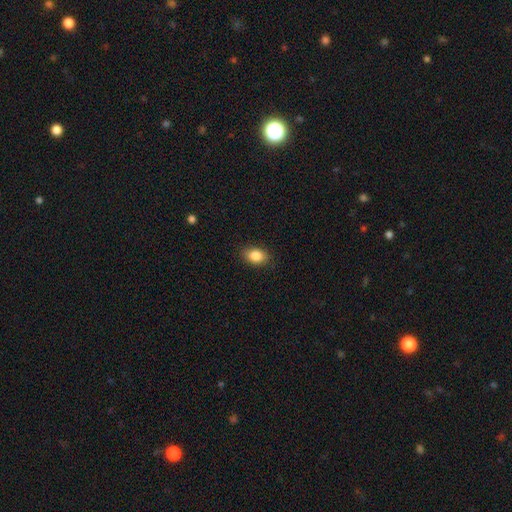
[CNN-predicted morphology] A smooth galaxy with no disk features (86%) that is in between round and cigar-shaped (78%).

Vote fractions:
- Smooth or featured? smooth: 86% / star or artifact: 8% / featured or disk: 5%
- How rounded? in between: 78% / round: 20% / cigar-shaped: 2%
- Merging? none: 86% / minor disturbance: 11% / major disturbance: 2% / merger: 1%